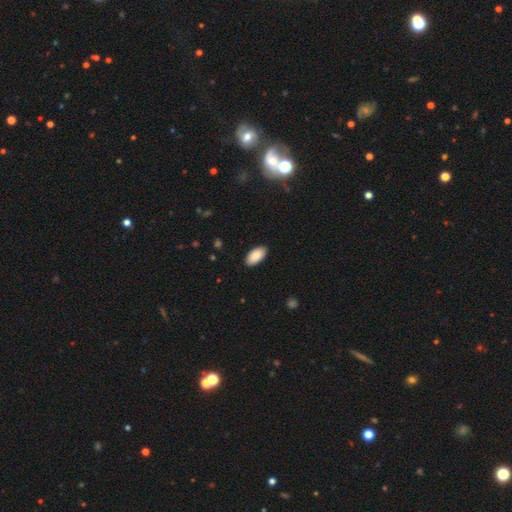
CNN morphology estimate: Smooth or featured?
  - smooth: 89% *
  - star or artifact: 7%
  - featured or disk: 5%
How rounded?
  - in between: 95% *
  - cigar-shaped: 2%
  - round: 2%
Merging?
  - none: 89% *
  - minor disturbance: 8%
  - major disturbance: 2%
  - merger: 1%